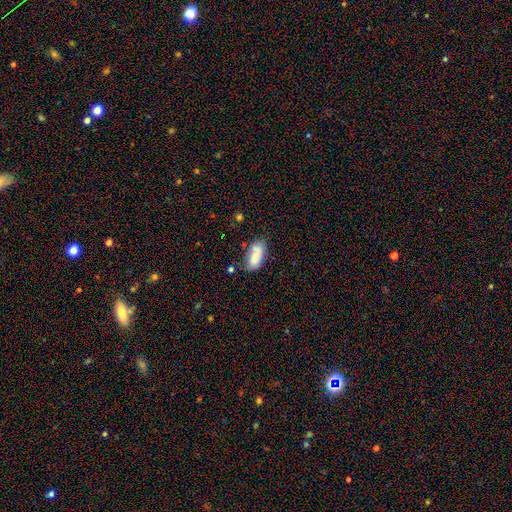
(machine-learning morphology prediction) This appears to be a smooth galaxy with no disk features (64%) that is in between round and cigar-shaped (92%). Merging: none (63%).